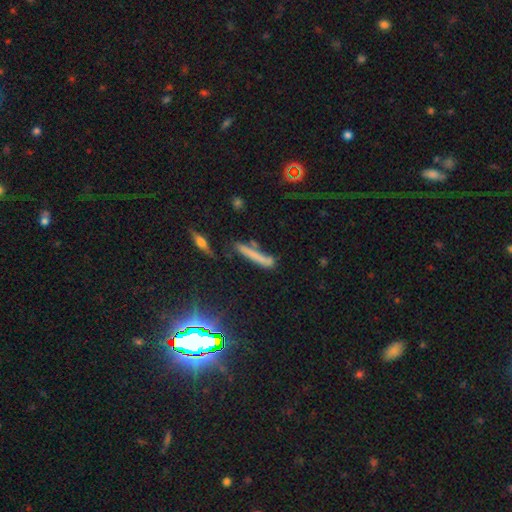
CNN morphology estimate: This appears to be a smooth galaxy with no disk features (60%) that is cigar-shaped (92%). Merging: none (66%).